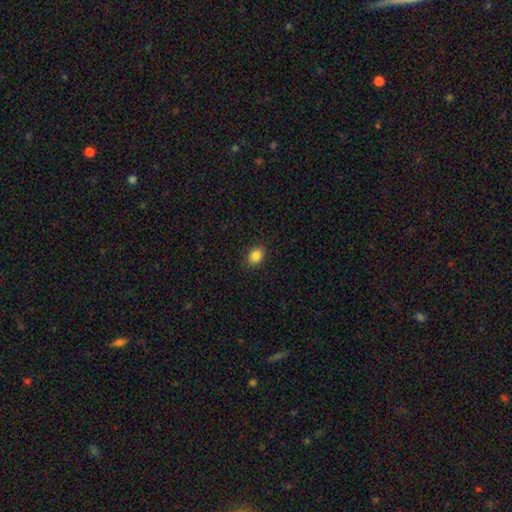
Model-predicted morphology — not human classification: This is clearly a smooth galaxy (86%). How rounded: likely in between (66%). Merging: clearly none (88%).